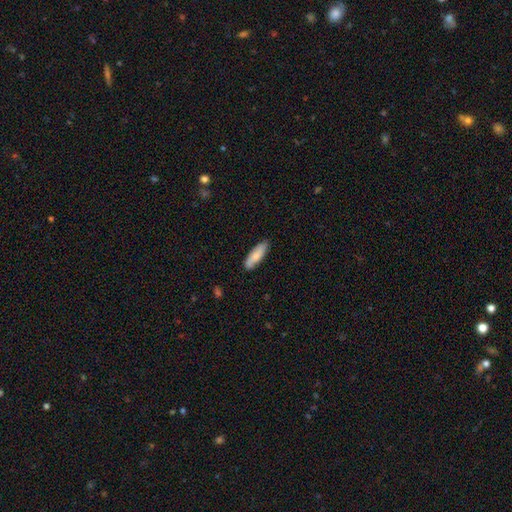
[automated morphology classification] smooth-or-featured: smooth: 77% | featured or disk: 17% | star or artifact: 6%
  how-rounded: in between: 51% | cigar-shaped: 47% | round: 2%
  merging: none: 81% | minor disturbance: 15% | major disturbance: 2% | merger: 1%